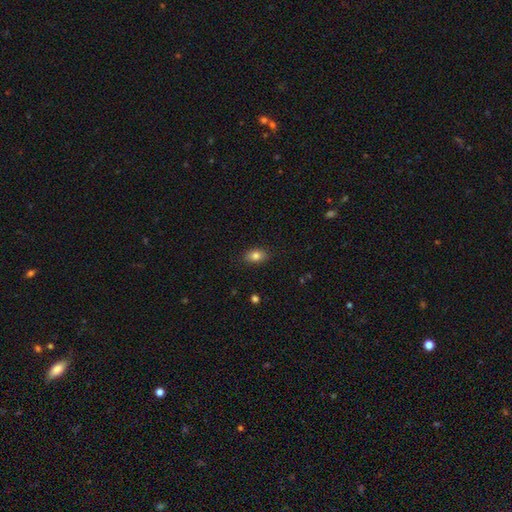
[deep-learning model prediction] Smooth or featured? Predicted: smooth (p=0.82). How rounded? Predicted: in between (p=0.83). Merging? Predicted: none (p=0.87).